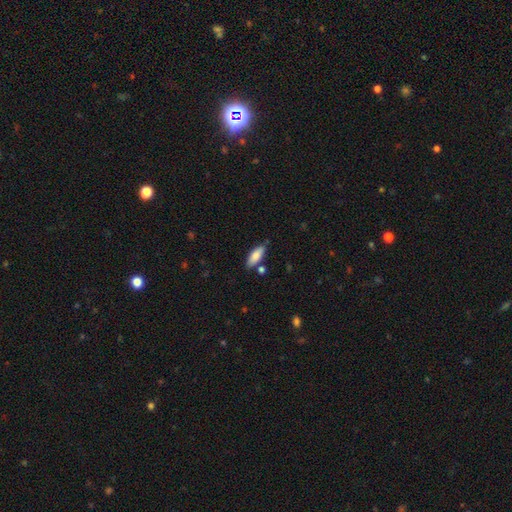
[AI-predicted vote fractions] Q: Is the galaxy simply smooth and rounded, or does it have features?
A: smooth — 81%.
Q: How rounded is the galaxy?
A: in between — 73%.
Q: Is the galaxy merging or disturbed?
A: none — 79%.